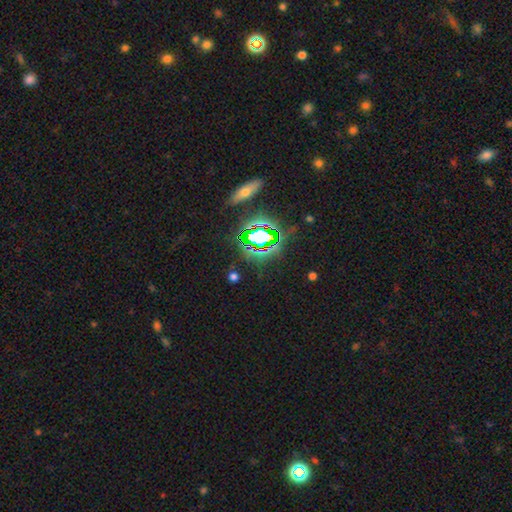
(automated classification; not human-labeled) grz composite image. It shows a star or artifact, not a galaxy (70%).